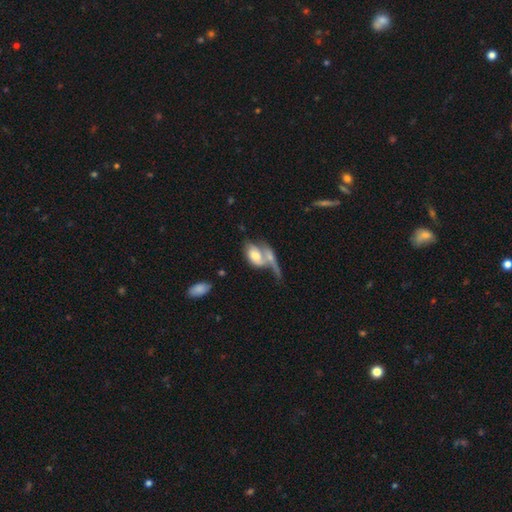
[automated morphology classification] smooth-or-featured: smooth: 60% | featured or disk: 33% | star or artifact: 7%
  how-rounded: in between: 87% | round: 9% | cigar-shaped: 5%
  merging: merger: 59% | none: 18% | major disturbance: 13% | minor disturbance: 10%